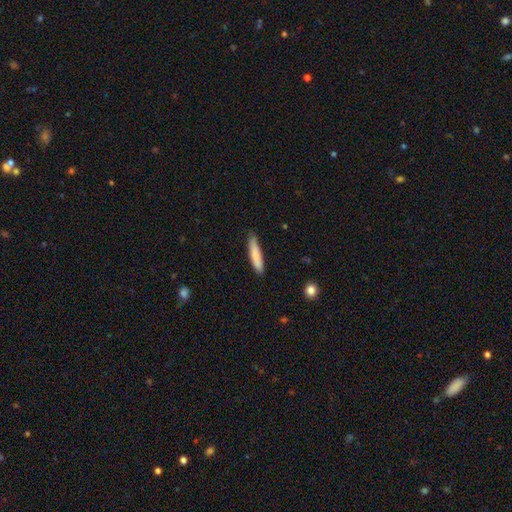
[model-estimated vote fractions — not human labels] A smooth galaxy with no disk features (80%) that is cigar-shaped (87%). Merging: none (83%).